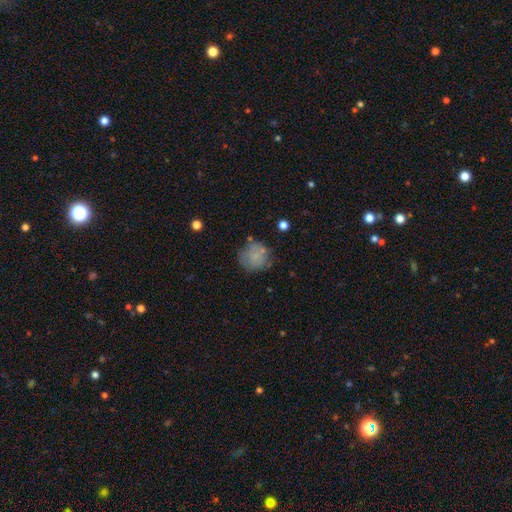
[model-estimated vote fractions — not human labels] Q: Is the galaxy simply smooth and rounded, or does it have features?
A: smooth — 73%.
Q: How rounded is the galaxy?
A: round — 87%.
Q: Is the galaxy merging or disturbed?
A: none — 65%.